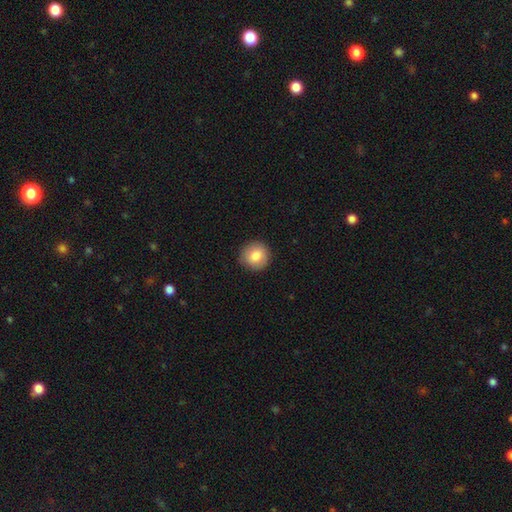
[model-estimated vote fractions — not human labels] This appears to be a smooth galaxy with no disk features (82%) that is round (92%). Merging: none (90%).